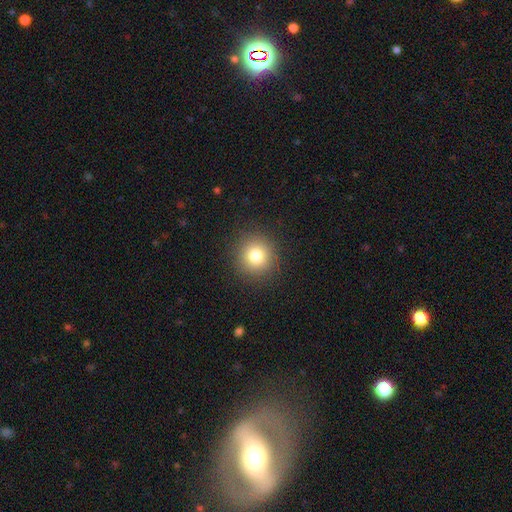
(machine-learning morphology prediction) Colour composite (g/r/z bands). It shows a smooth galaxy with no disk features (79%) that is round (93%). Merging: none (90%).